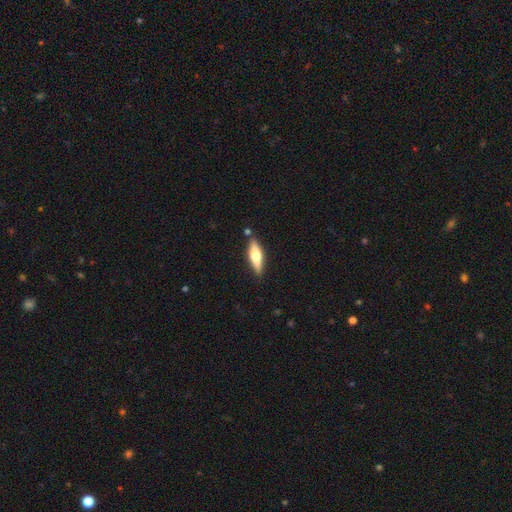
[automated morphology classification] A smooth galaxy with no disk features (54%) that is cigar-shaped (59%). Merging: none (82%).